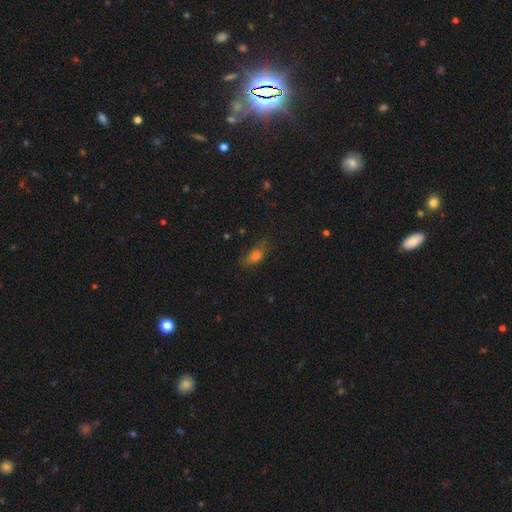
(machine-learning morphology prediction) smooth_or_featured: smooth (p=0.64) [alt: featured or disk p=0.20]
how_rounded: in between (p=0.69) [alt: cigar-shaped p=0.22]
merging: none (p=0.72) [alt: minor disturbance p=0.20]